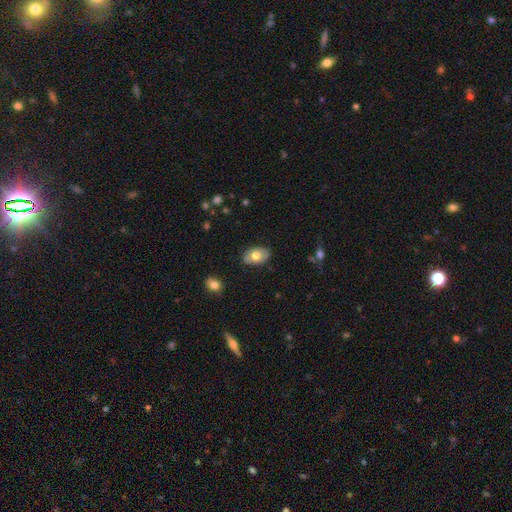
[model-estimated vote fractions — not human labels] smooth_or_featured: smooth (p=0.71) [alt: featured or disk p=0.22]
how_rounded: in between (p=0.90) [alt: round p=0.09]
merging: none (p=0.84) [alt: minor disturbance p=0.12]